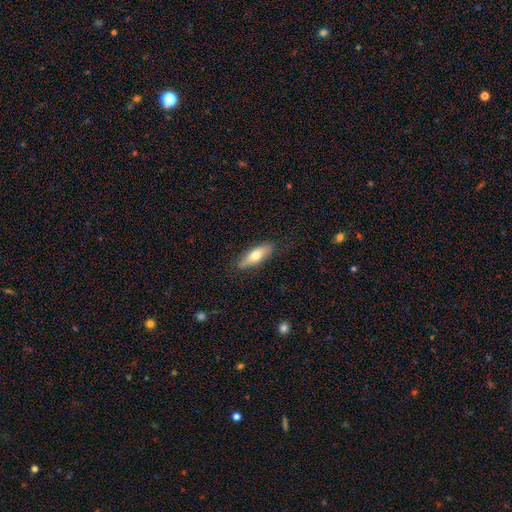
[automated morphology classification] Q: Smooth or featured?
A: smooth (66%); runner-up: featured or disk (28%)
Q: How rounded?
A: in between (54%); runner-up: cigar-shaped (44%)
Q: Merging?
A: none (84%); runner-up: minor disturbance (13%)